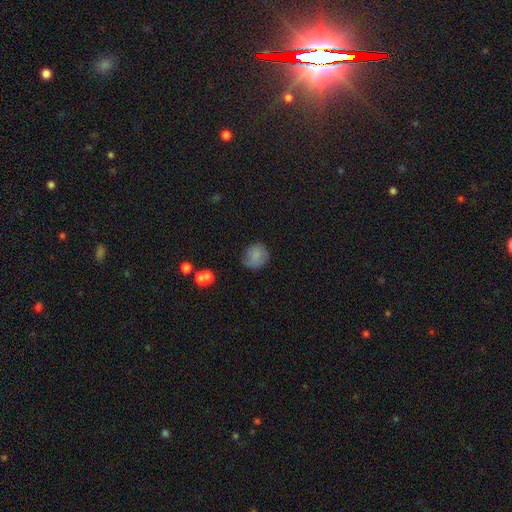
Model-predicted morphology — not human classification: smooth-or-featured: smooth: 82% | star or artifact: 9% | featured or disk: 9%
  how-rounded: round: 80% | in between: 19% | cigar-shaped: 1%
  merging: none: 70% | minor disturbance: 21% | major disturbance: 6% | merger: 3%